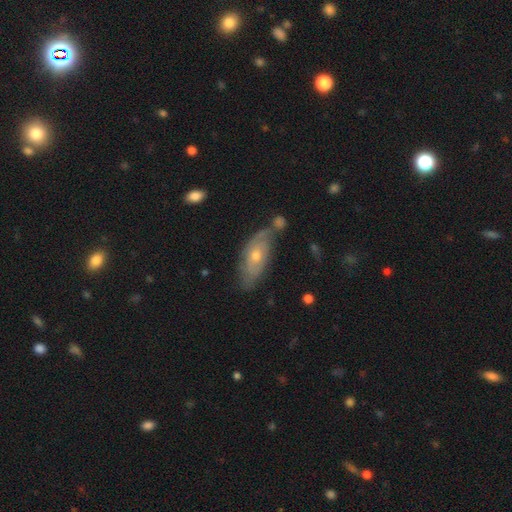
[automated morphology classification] smooth_or_featured: featured or disk (p=0.54) [alt: smooth p=0.38]
disk_edge_on: no (p=0.80) [alt: yes p=0.20]
merging: none (p=0.54) [alt: minor disturbance p=0.24]